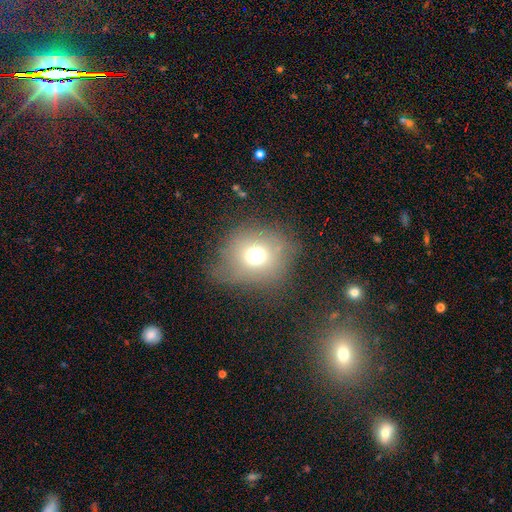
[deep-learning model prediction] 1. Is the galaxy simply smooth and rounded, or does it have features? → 67% smooth, 19% star or artifact, 14% featured or disk.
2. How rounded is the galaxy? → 81% round, 18% in between, 1% cigar-shaped.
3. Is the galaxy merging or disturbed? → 68% none, 18% minor disturbance, 12% major disturbance, 2% merger.